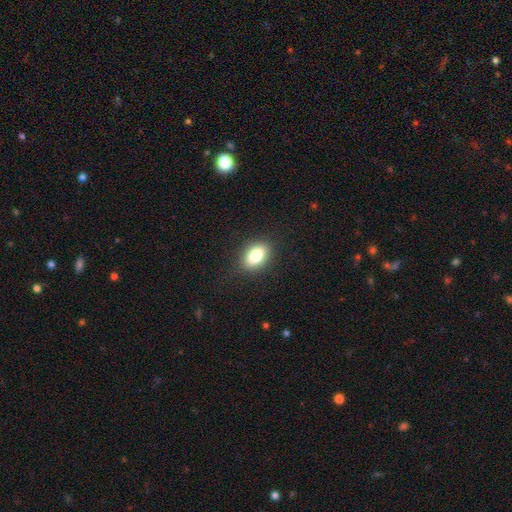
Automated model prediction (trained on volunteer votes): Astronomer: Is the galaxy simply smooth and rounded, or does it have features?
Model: smooth — 81%.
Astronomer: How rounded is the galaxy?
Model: in between — 83%.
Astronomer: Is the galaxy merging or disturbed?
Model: none — 86%.